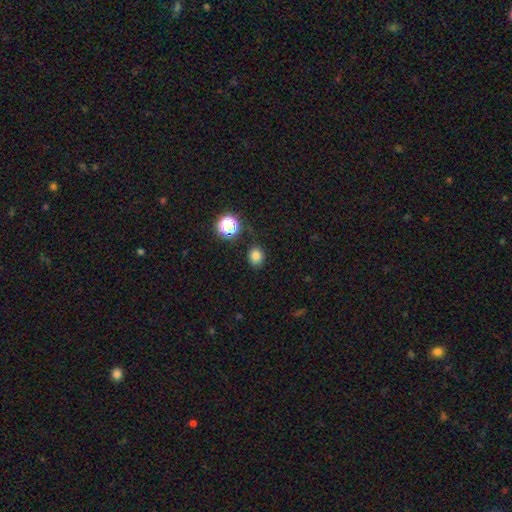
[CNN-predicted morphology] Smooth or featured?
  - smooth: 79% *
  - star or artifact: 16%
  - featured or disk: 5%
How rounded?
  - round: 71% *
  - in between: 28%
  - cigar-shaped: 1%
Merging?
  - none: 82% *
  - minor disturbance: 12%
  - major disturbance: 3%
  - merger: 2%